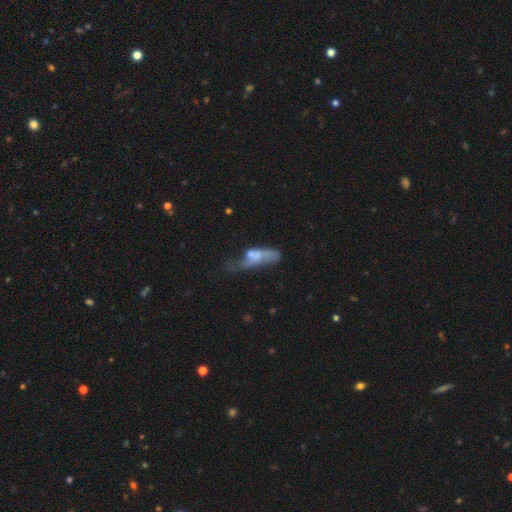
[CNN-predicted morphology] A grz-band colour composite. It shows a smooth galaxy with no disk features (50%). Merging: major disturbance (38%).